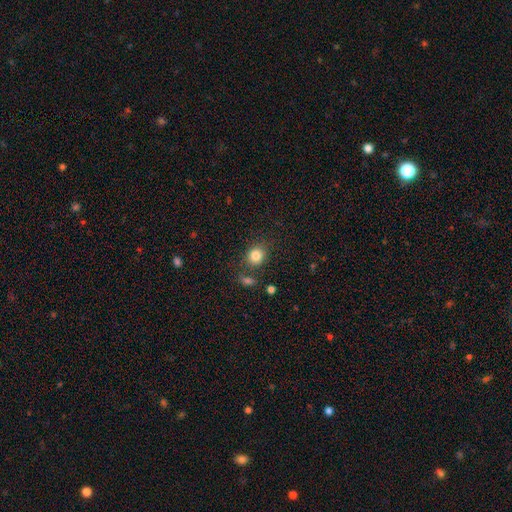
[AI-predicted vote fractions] smooth_or_featured: smooth (p=0.82) [alt: star or artifact p=0.11]
how_rounded: round (p=0.73) [alt: in between p=0.26]
merging: none (p=0.76) [alt: minor disturbance p=0.12]